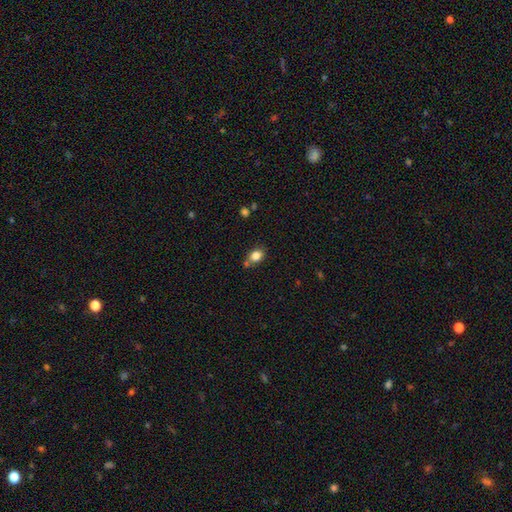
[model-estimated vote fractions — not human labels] Smooth or featured?
  - smooth: 82% *
  - star or artifact: 10%
  - featured or disk: 8%
How rounded?
  - in between: 66% *
  - round: 32%
  - cigar-shaped: 1%
Merging?
  - none: 67% *
  - minor disturbance: 16%
  - merger: 13%
  - major disturbance: 4%